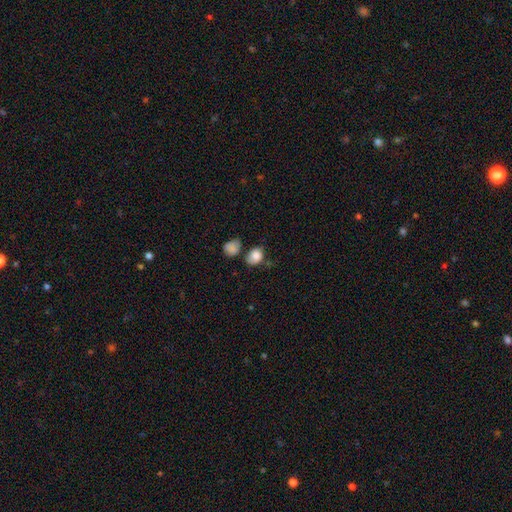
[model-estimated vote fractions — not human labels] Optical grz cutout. It shows a smooth galaxy with no disk features (83%) that is in between round and cigar-shaped (56%). Merging: none (53%).